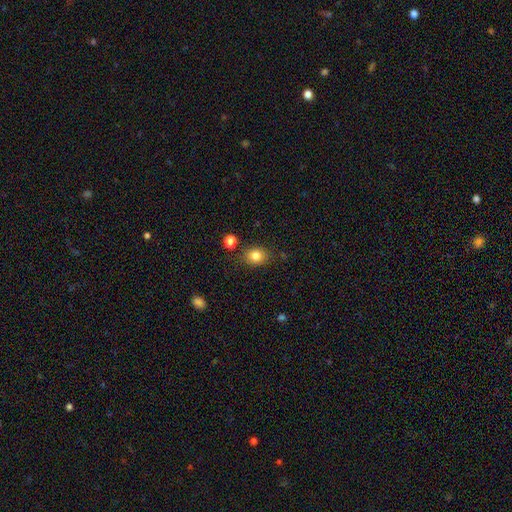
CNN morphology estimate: smooth 82%, star or artifact 11%, featured or disk 7%. Down the decision tree: how rounded — round (61%); merging — none (80%).